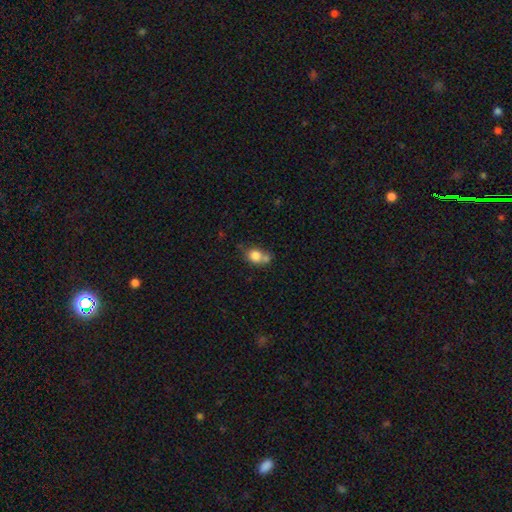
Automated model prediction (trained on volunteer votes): This is likely a smooth galaxy (80%). How rounded: likely round (61%). Merging: marginally none (43%).